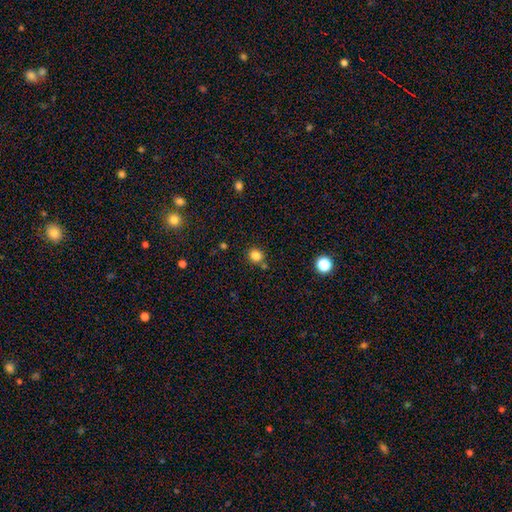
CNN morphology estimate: Smooth or featured?
  - smooth: 83% *
  - star or artifact: 13%
  - featured or disk: 5%
How rounded?
  - round: 84% *
  - in between: 15%
  - cigar-shaped: 1%
Merging?
  - none: 75% *
  - merger: 11%
  - minor disturbance: 10%
  - major disturbance: 3%